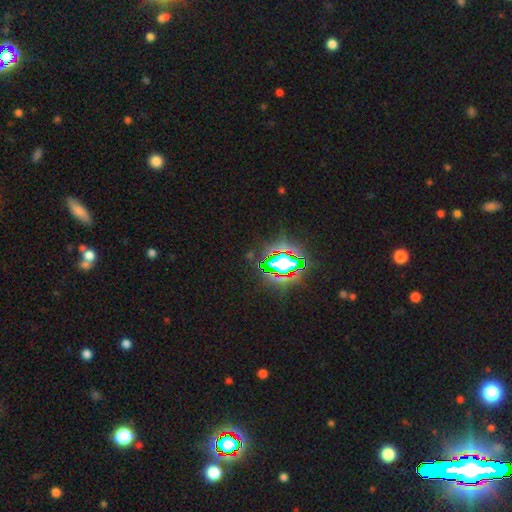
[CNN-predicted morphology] This is clearly a star or artifact rather than a galaxy (82%).